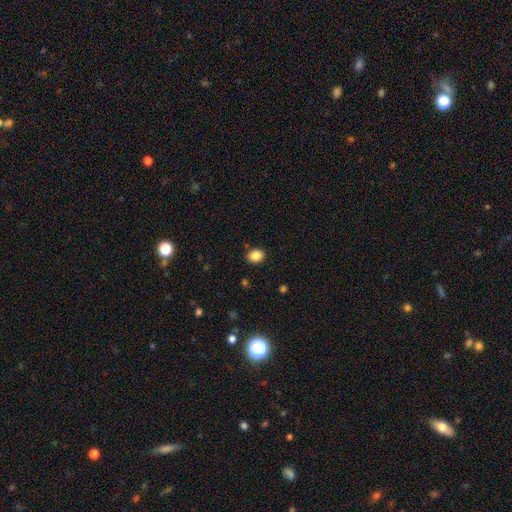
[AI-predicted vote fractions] smooth 86%, star or artifact 10%, featured or disk 4%. Down the decision tree: how rounded — in between (54%); merging — none (87%).